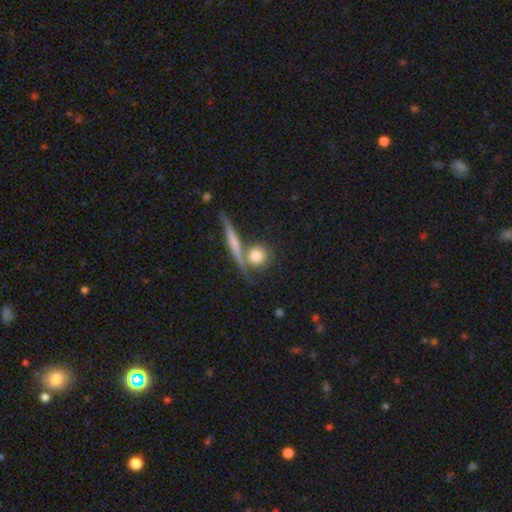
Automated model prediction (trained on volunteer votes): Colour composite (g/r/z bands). It shows a smooth galaxy with no disk features (74%) that is round (82%). Merging: none (64%).